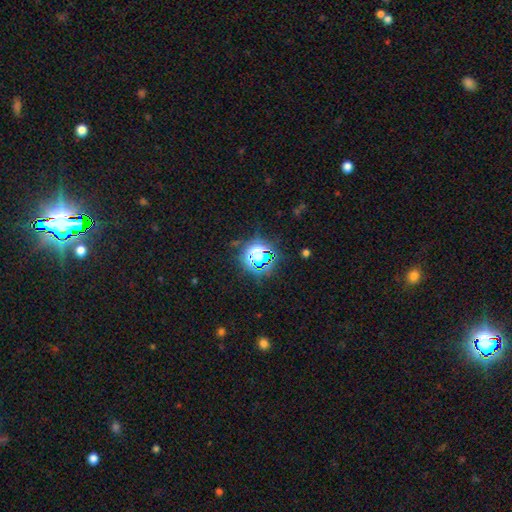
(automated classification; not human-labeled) Overall: star or artifact (70%).